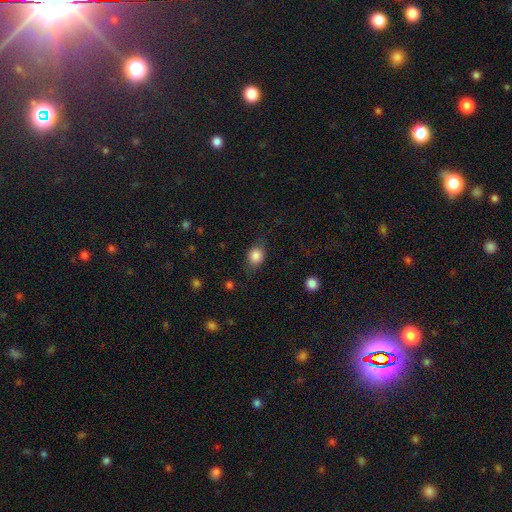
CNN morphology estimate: smooth 84%, star or artifact 9%, featured or disk 7%. Down the decision tree: how rounded — round (51%); merging — none (73%).